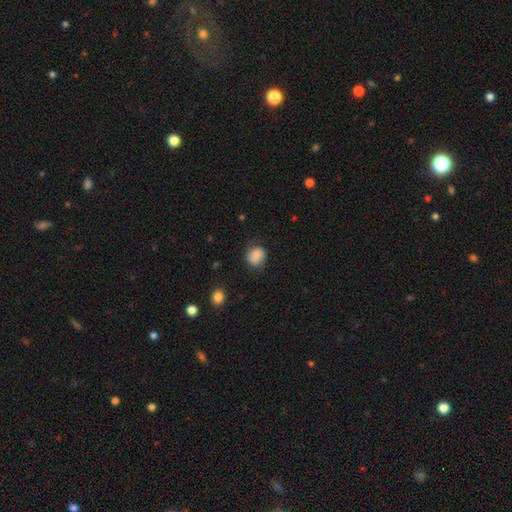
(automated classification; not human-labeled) Smooth or featured?
  - smooth: 79% *
  - featured or disk: 12%
  - star or artifact: 9%
How rounded?
  - round: 69% *
  - in between: 30%
  - cigar-shaped: 1%
Merging?
  - none: 69% *
  - minor disturbance: 22%
  - major disturbance: 7%
  - merger: 2%